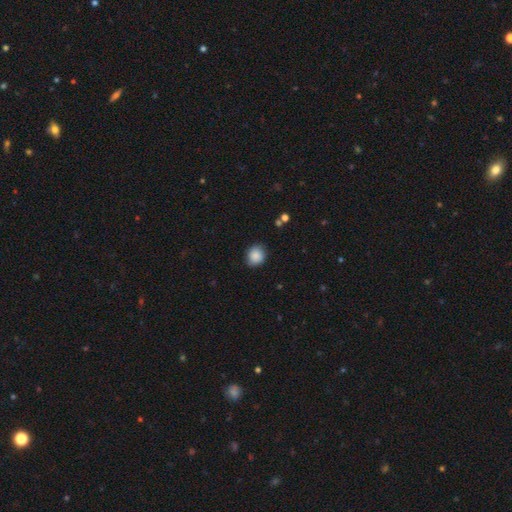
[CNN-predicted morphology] Q: Smooth or featured?
A: smooth (87%); runner-up: star or artifact (8%)
Q: How rounded?
A: round (79%); runner-up: in between (20%)
Q: Merging?
A: none (82%); runner-up: minor disturbance (14%)